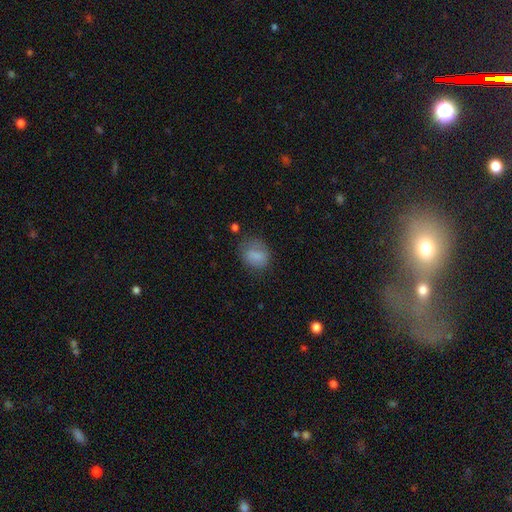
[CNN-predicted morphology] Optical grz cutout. It shows a smooth galaxy with no disk features (78%) that is in between round and cigar-shaped (56%). Merging: none (60%).